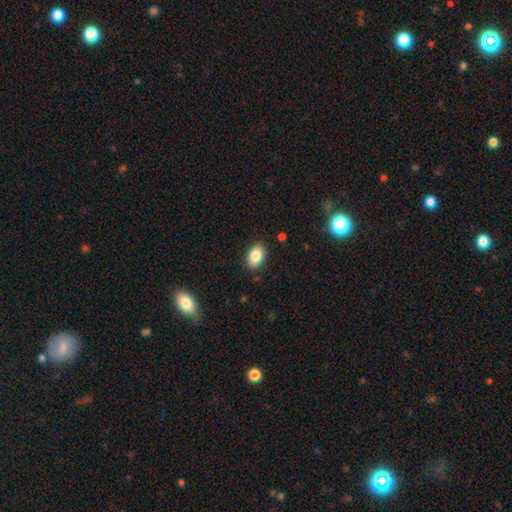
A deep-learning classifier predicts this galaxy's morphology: type=smooth (86%); roundness=in between (88%); merging=none (88%).